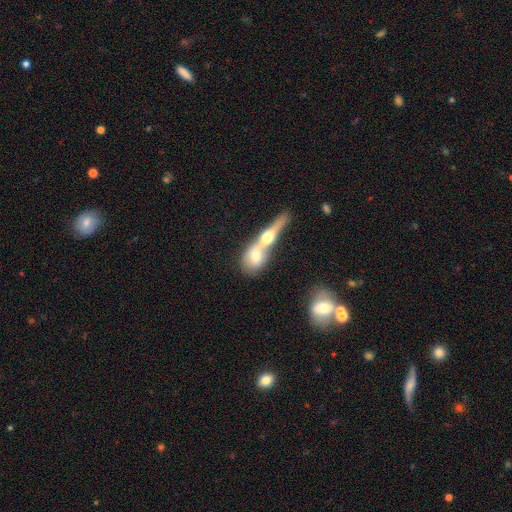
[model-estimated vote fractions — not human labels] Smooth or featured: smooth — 57% (featured or disk — 36%)
How rounded: in between — 49% (round — 31%)
Merging: merger — 71% (none — 20%)